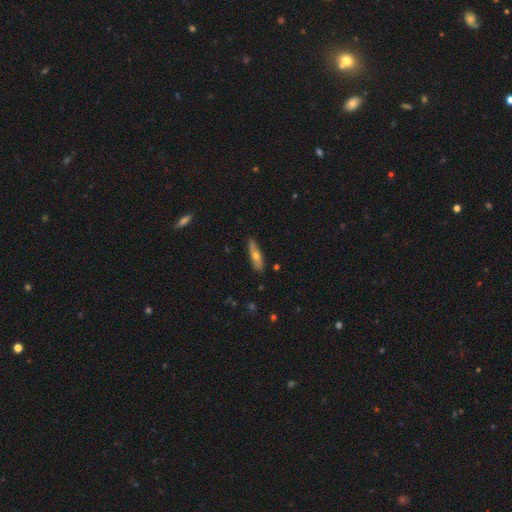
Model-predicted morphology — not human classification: Smooth or featured: smooth — 50% (featured or disk — 43%)
How rounded: cigar-shaped — 72% (in between — 25%)
Merging: none — 84% (minor disturbance — 12%)